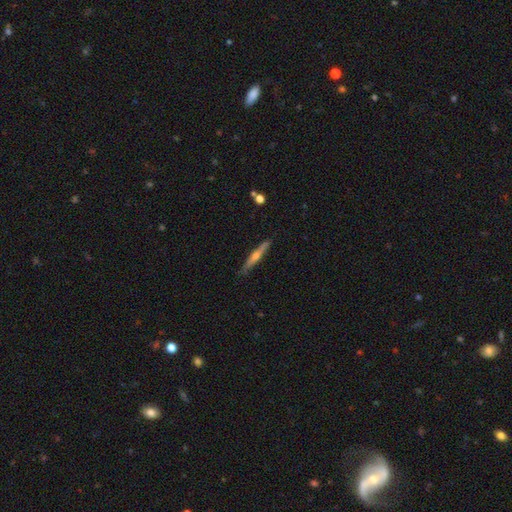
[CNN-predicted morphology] A featured or disk galaxy (65%) viewed edge-on (97%) with a rounded central bulge (83%). Merging: none (89%).